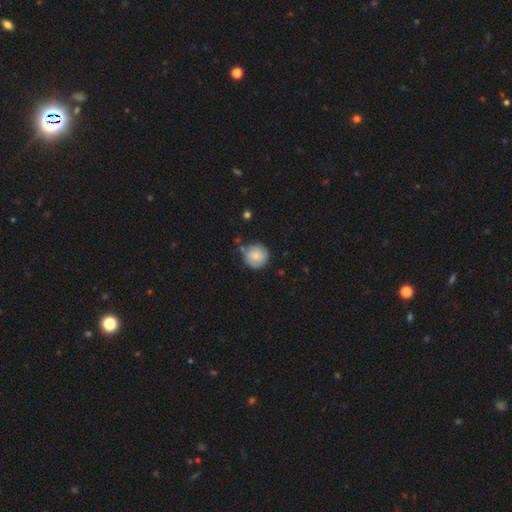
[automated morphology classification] The model was most divided on "merging": none: 69%, minor disturbance: 21%, merger: 5%, major disturbance: 4%. More confident: how rounded — round (93%); smooth or featured — smooth (76%).